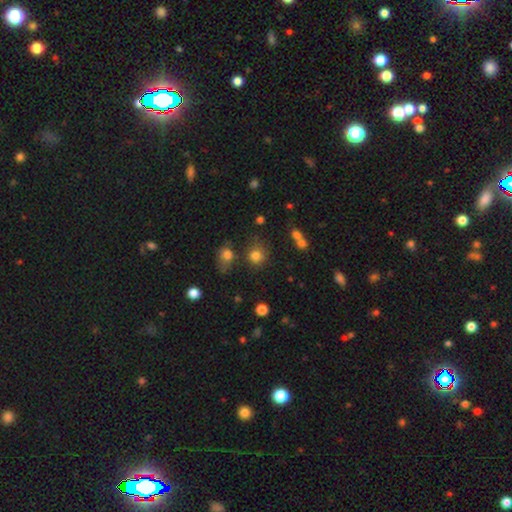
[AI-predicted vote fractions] smooth 77%, star or artifact 16%, featured or disk 7%. Down the decision tree: how rounded — round (85%); merging — none (68%).